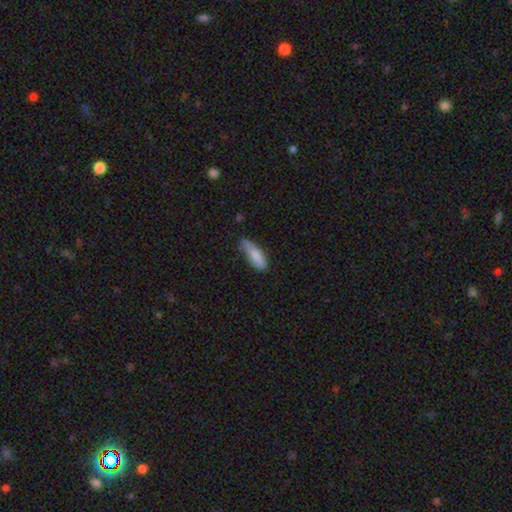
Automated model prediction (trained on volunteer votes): The model was most divided on "how rounded": in between: 57%, cigar-shaped: 41%, round: 2%. More confident: smooth or featured — smooth (81%); merging — none (55%).